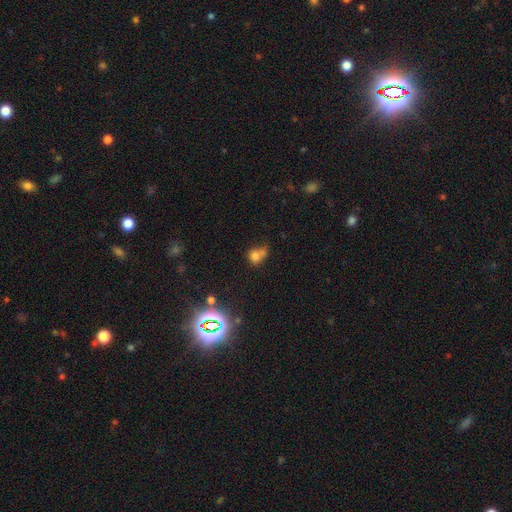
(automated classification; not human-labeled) This is likely a smooth galaxy (70%). How rounded: likely round (70%). Merging: marginally merger (41%).